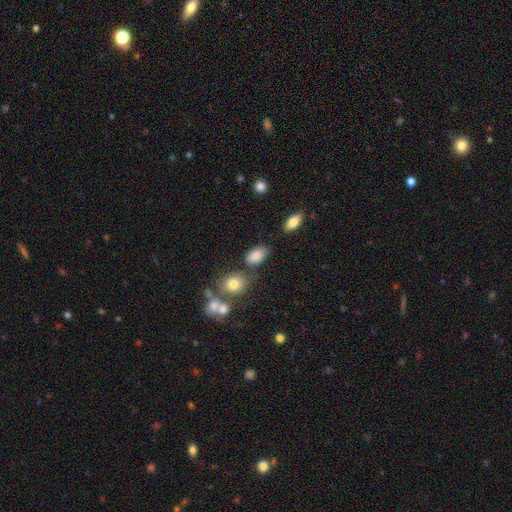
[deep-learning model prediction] This appears to be a smooth galaxy with no disk features (84%) that is in between round and cigar-shaped (90%). Merging: none (69%).